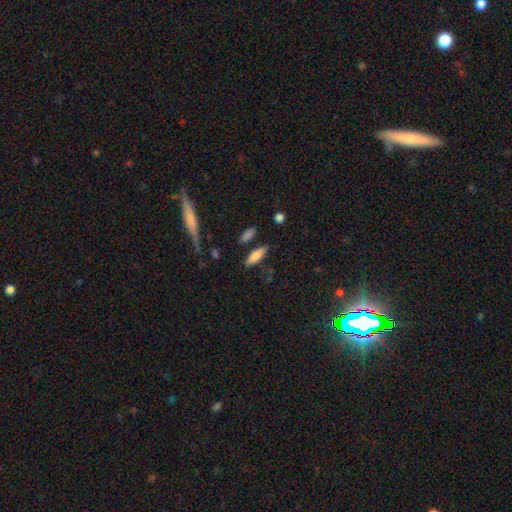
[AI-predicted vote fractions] Smooth or featured: smooth — 80% (featured or disk — 14%)
How rounded: in between — 55% (cigar-shaped — 43%)
Merging: none — 80% (minor disturbance — 13%)